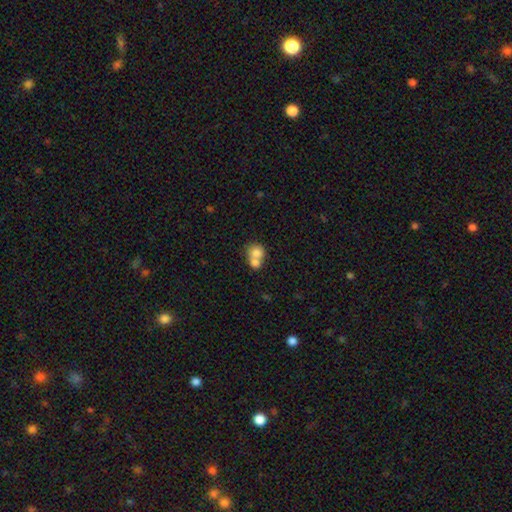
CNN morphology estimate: A smooth galaxy with no disk features (74%) that is round (68%). Merging: merger (68%).